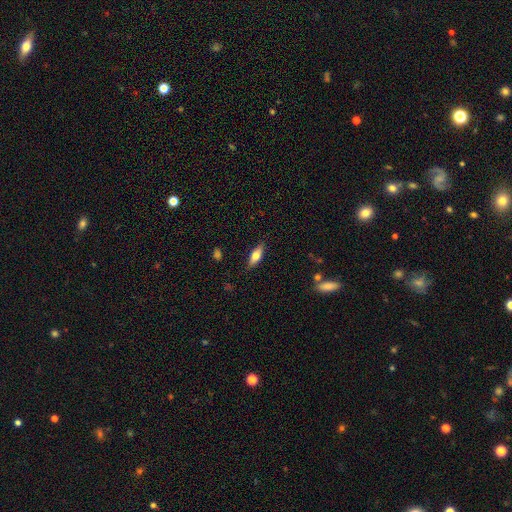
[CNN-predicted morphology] Smooth or featured: smooth — 63% (featured or disk — 31%)
How rounded: in between — 63% (cigar-shaped — 34%)
Merging: none — 86% (minor disturbance — 11%)